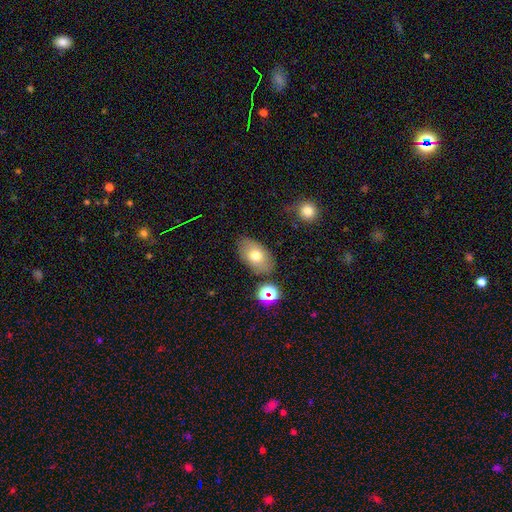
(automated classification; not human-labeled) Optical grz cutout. It shows a smooth galaxy with no disk features (72%) that is in between round and cigar-shaped (88%). Merging: none (78%).